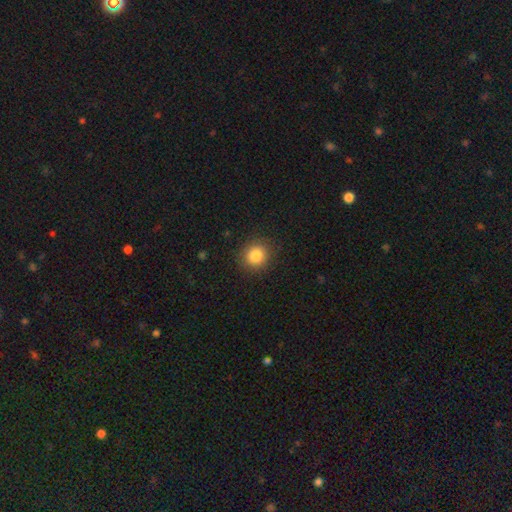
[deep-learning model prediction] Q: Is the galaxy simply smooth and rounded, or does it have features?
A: smooth — 84%.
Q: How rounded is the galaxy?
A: round — 83%.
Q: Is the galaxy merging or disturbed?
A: none — 89%.